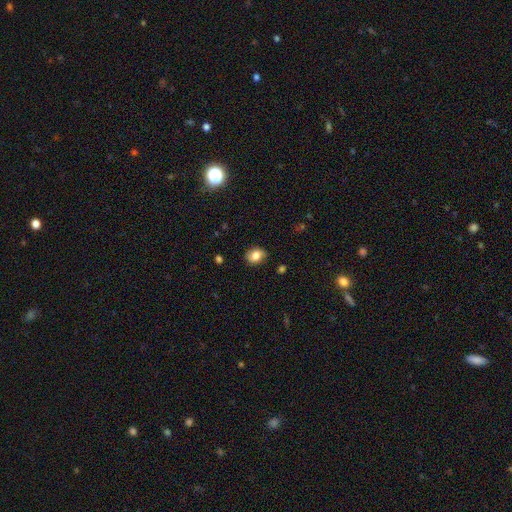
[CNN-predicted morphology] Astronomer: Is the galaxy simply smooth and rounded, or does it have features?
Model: smooth — 77%.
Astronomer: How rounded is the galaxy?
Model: in between — 52% (runner-up: round, 47%).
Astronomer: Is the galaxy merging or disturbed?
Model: none — 82%.